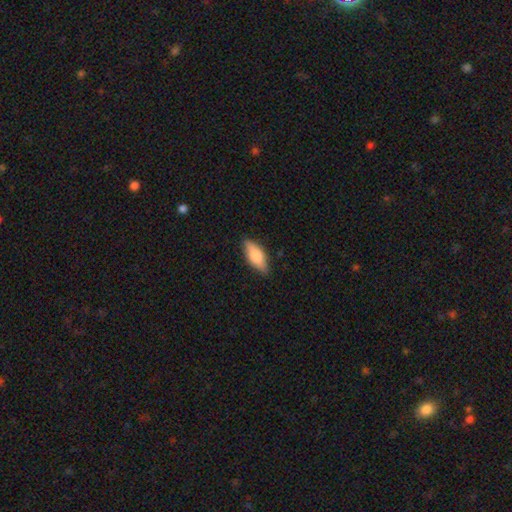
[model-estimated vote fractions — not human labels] smooth_or_featured: smooth (p=0.74) [alt: featured or disk p=0.20]
how_rounded: in between (p=0.76) [alt: cigar-shaped p=0.22]
merging: none (p=0.85) [alt: minor disturbance p=0.12]